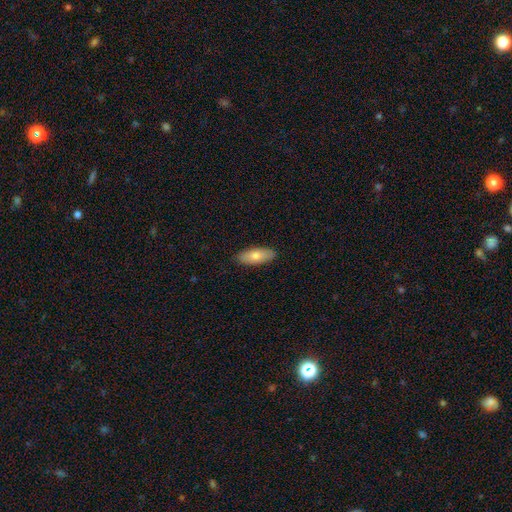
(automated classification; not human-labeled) A smooth galaxy with no disk features (74%) that is in between round and cigar-shaped (77%).

Vote fractions:
- Smooth or featured? smooth: 74% / featured or disk: 20% / star or artifact: 6%
- How rounded? in between: 77% / cigar-shaped: 21% / round: 2%
- Merging? none: 89% / minor disturbance: 9% / major disturbance: 2% / merger: 1%